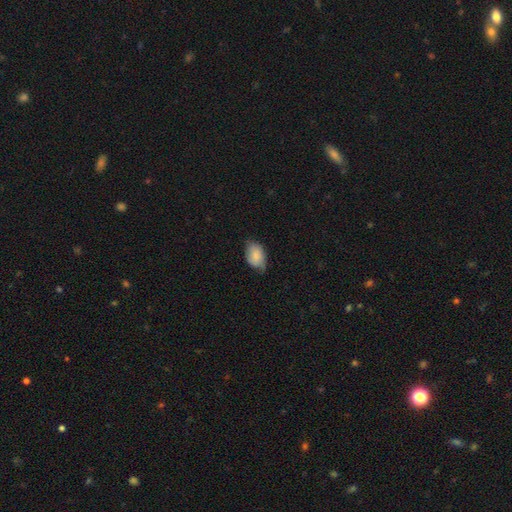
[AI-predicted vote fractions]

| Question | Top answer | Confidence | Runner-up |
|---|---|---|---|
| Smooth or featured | smooth | 80% | featured or disk (14%) |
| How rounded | in between | 87% | round (12%) |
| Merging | none | 55% | minor disturbance (37%) |